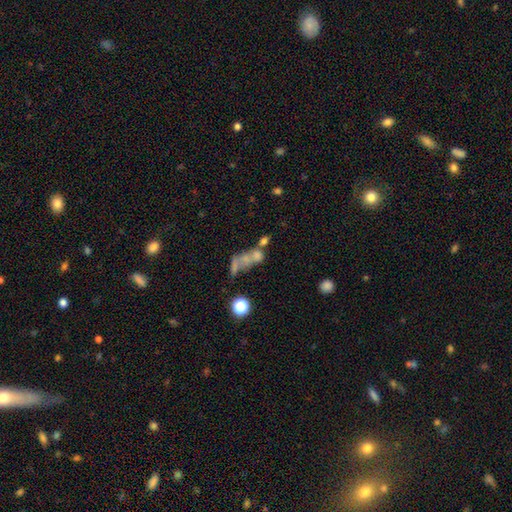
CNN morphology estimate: Smooth or featured: smooth — 45% (featured or disk — 36%)
Merging: merger — 46% (none — 22%)